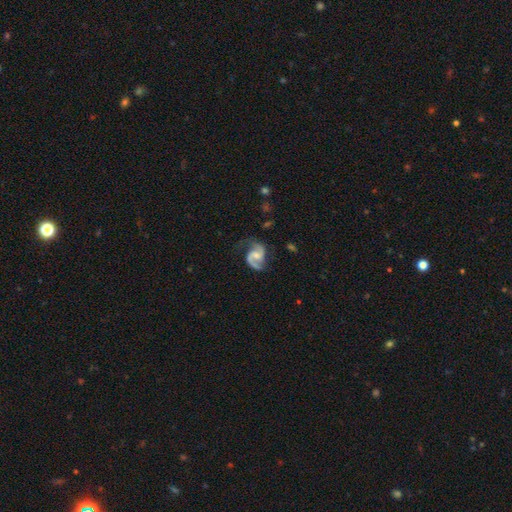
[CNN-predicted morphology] Smooth or featured: featured or disk — 90% (smooth — 6%)
Edge-on disk: no — 98% (yes — 2%)
Bar: weak — 47% (no — 39%)
Spiral arms: yes — 98% (no — 2%)
Spiral winding: medium — 55% (loose — 31%)
Spiral arm count: 2 — 91% (1 — 4%)
Bulge size: moderate — 41% (small — 40%)
Merging: none — 69% (minor disturbance — 19%)